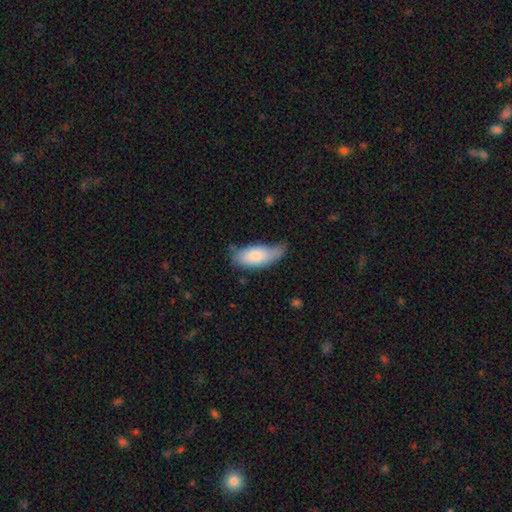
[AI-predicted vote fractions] smooth 80%, featured or disk 14%, star or artifact 6%. Down the decision tree: how rounded — in between (85%); merging — none (47%).